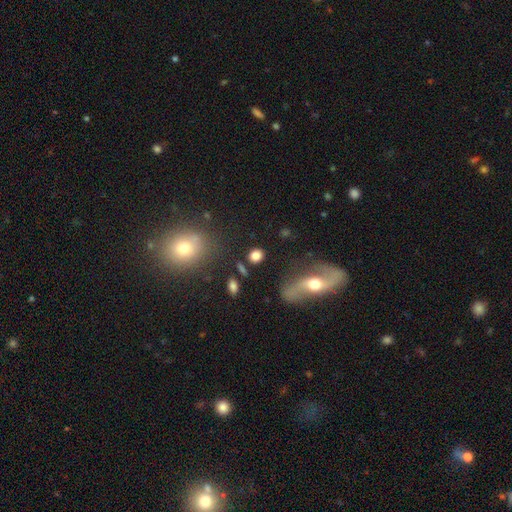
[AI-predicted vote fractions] Smooth or featured: smooth — 78% (star or artifact — 11%)
How rounded: round — 64% (in between — 33%)
Merging: none — 79% (minor disturbance — 10%)